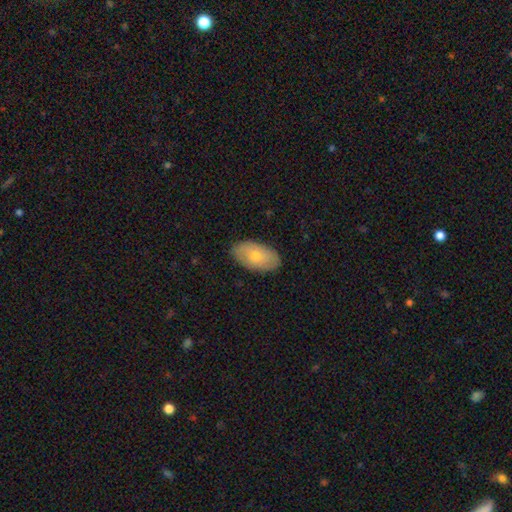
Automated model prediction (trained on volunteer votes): Morphology: type=smooth (60%); roundness=in between (94%); merging=none (86%).